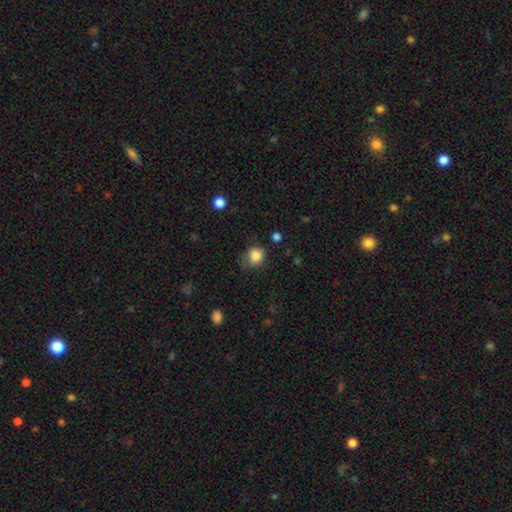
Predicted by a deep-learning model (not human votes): This is clearly a smooth galaxy (83%). How rounded: likely round (63%). Merging: possibly none (50%).